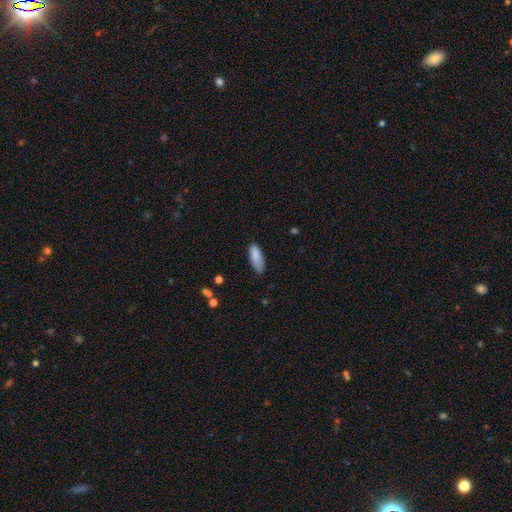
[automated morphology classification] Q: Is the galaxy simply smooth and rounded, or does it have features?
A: smooth — 86%.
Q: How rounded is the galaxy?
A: in between — 66%.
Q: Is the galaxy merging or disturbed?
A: none — 68%.